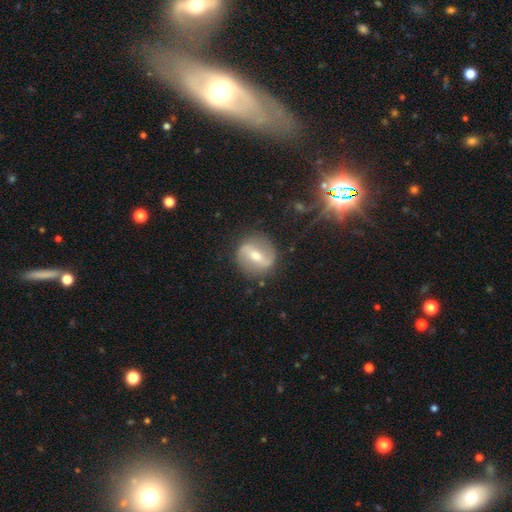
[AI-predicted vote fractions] smooth_or_featured: featured or disk (p=0.71) [alt: smooth p=0.22]
disk_edge_on: no (p=0.92) [alt: yes p=0.08]
bar: strong (p=0.57) [alt: weak p=0.31]
has_spiral_arms: yes (p=0.73) [alt: no p=0.27]
bulge_size: moderate (p=0.60) [alt: small p=0.33]
merging: none (p=0.82) [alt: minor disturbance p=0.12]